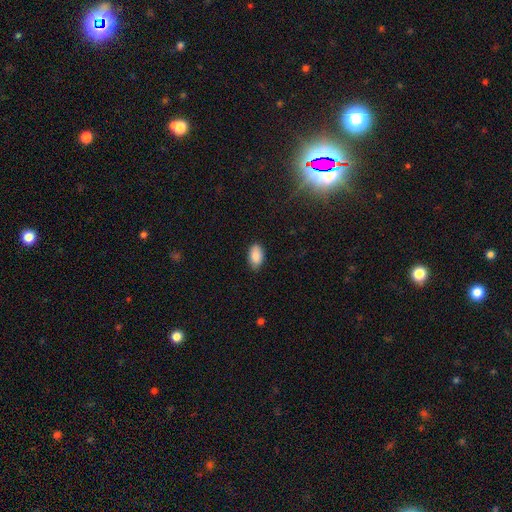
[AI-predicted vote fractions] This appears to be a smooth galaxy with no disk features (88%) that is in between round and cigar-shaped (94%). Merging: none (82%).